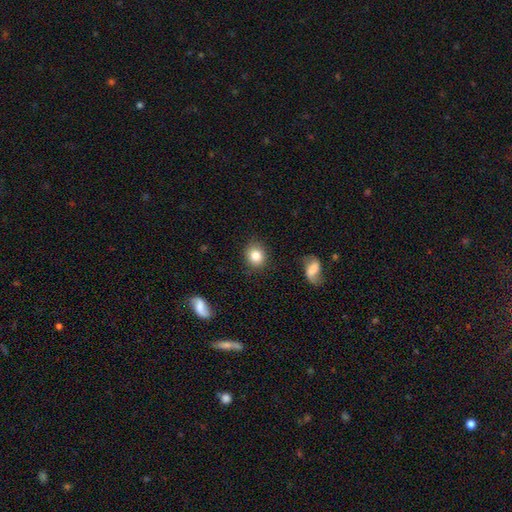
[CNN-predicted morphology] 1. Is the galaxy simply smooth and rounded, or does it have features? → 82% smooth, 9% star or artifact, 8% featured or disk.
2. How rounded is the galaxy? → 71% round, 28% in between, 1% cigar-shaped.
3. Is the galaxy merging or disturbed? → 86% none, 10% minor disturbance, 3% major disturbance, 2% merger.